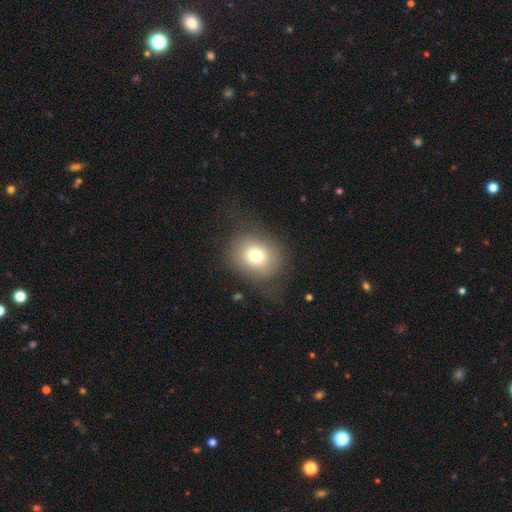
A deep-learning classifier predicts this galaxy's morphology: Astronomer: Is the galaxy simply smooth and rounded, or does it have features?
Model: smooth — 74%.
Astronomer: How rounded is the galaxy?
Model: round — 66%.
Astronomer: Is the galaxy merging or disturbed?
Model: none — 68%.